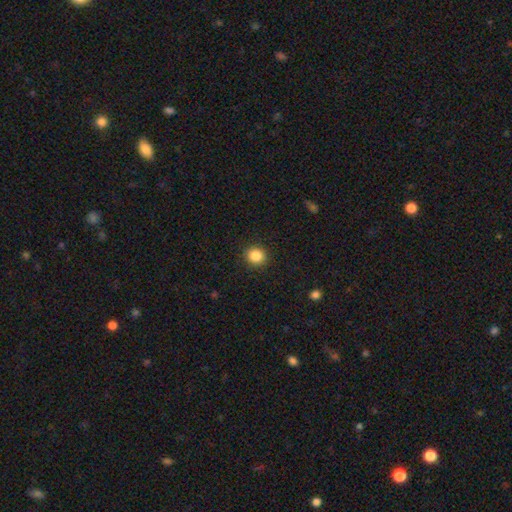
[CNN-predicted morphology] Smooth or featured: smooth — 86% (star or artifact — 10%)
How rounded: round — 84% (in between — 15%)
Merging: none — 91% (minor disturbance — 6%)